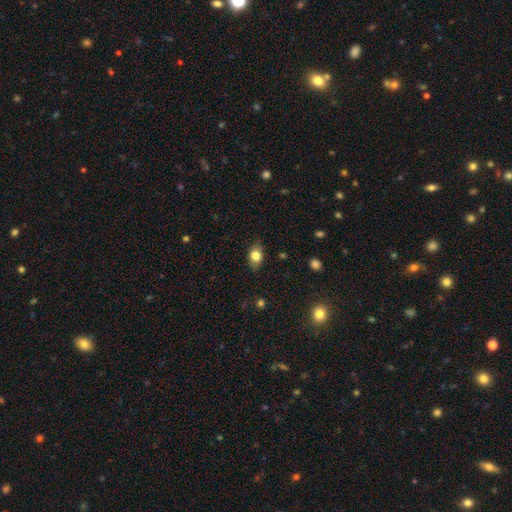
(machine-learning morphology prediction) Overall: smooth (78%). How rounded: in between (76%). Merging: none (81%).